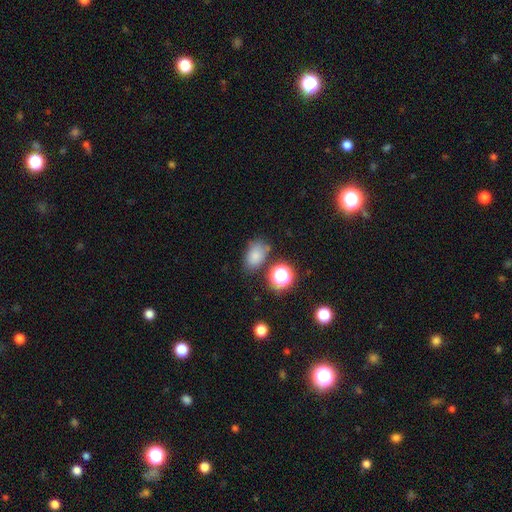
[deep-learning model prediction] Smooth or featured?
  - smooth: 76% *
  - star or artifact: 15%
  - featured or disk: 9%
How rounded?
  - in between: 76% *
  - round: 23%
  - cigar-shaped: 1%
Merging?
  - none: 66% *
  - minor disturbance: 20%
  - merger: 8%
  - major disturbance: 6%